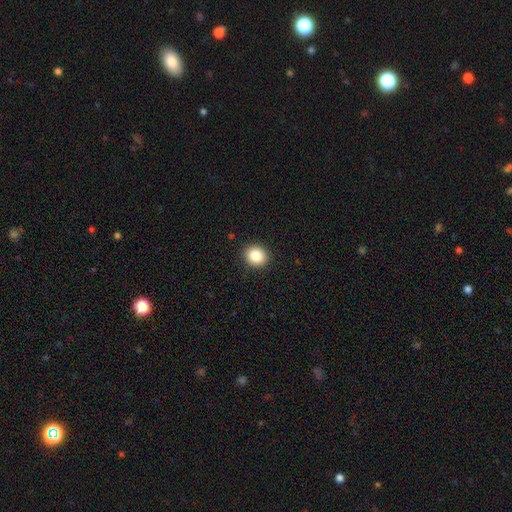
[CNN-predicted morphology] Q: Smooth or featured?
A: smooth (86%); runner-up: star or artifact (9%)
Q: How rounded?
A: round (72%); runner-up: in between (27%)
Q: Merging?
A: none (91%); runner-up: minor disturbance (6%)